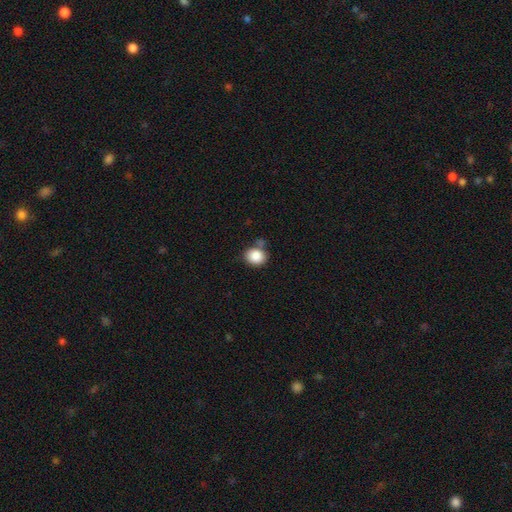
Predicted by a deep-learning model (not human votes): Q: Smooth or featured?
A: smooth (86%); runner-up: star or artifact (9%)
Q: How rounded?
A: round (67%); runner-up: in between (32%)
Q: Merging?
A: none (65%); runner-up: minor disturbance (17%)